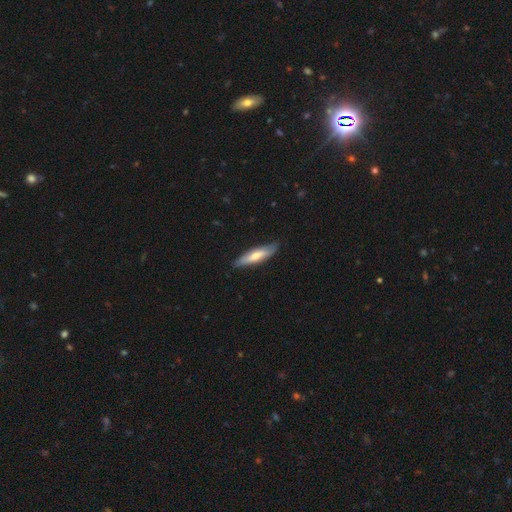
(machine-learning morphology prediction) smooth_or_featured: smooth (p=0.56) [alt: featured or disk p=0.38]
how_rounded: cigar-shaped (p=0.72) [alt: in between p=0.27]
merging: none (p=0.82) [alt: minor disturbance p=0.14]